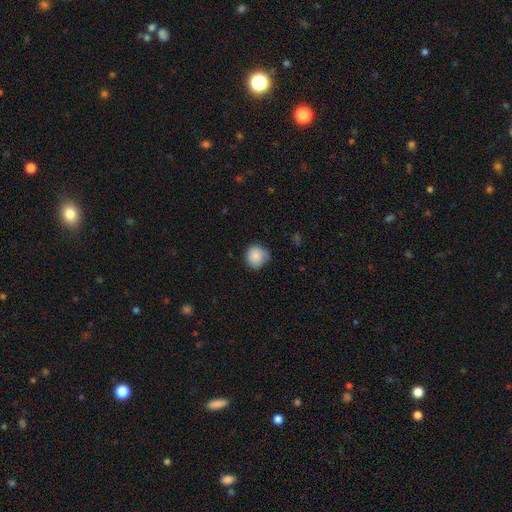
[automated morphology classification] smooth 87%, star or artifact 8%, featured or disk 6%. Down the decision tree: how rounded — round (88%); merging — none (72%).